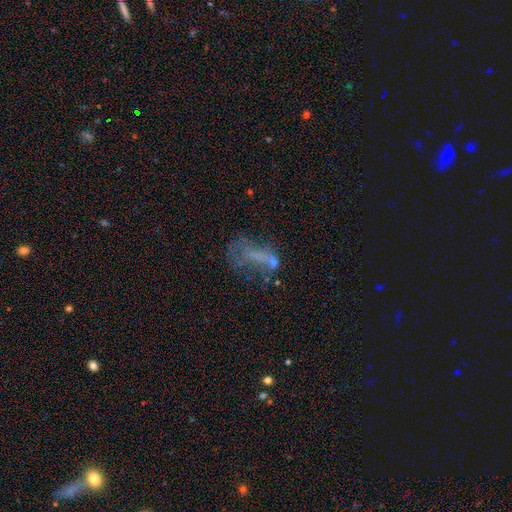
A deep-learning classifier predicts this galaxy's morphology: featured or disk 42%, smooth 39%, star or artifact 20%. Down the decision tree: merging — major disturbance (42%).